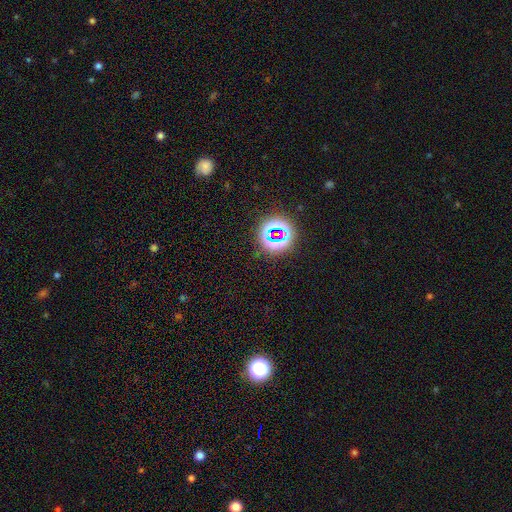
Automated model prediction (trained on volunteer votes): Smooth or featured?
  - star or artifact: 69% *
  - smooth: 21%
  - featured or disk: 10%